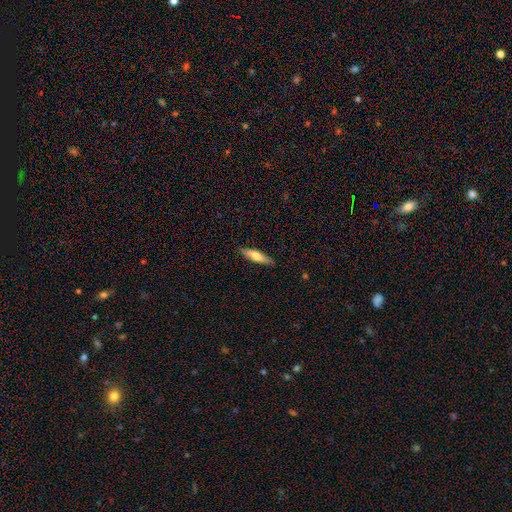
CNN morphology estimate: type=smooth (64%); roundness=cigar-shaped (76%); merging=none (88%).